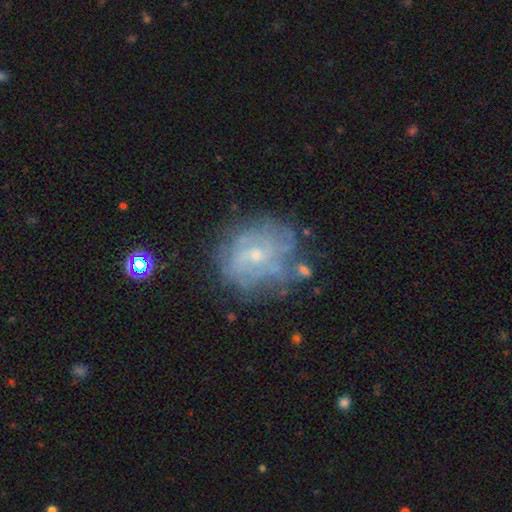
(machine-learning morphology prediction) A featured or disk galaxy (72%) with no bar (63%), spiral arms (70%) and a small central bulge (67%).

Vote fractions:
- Smooth or featured? featured or disk: 72% / smooth: 18% / star or artifact: 10%
- Edge-on disk? no: 97% / yes: 3%
- Bar? no: 63% / weak: 32% / strong: 5%
- Spiral arms? yes: 70% / no: 30%
- Bulge size? small: 67% / moderate: 27% / none: 4% / large: 1% / dominant: 1%
- Merging? none: 61% / minor disturbance: 21% / major disturbance: 13% / merger: 5%